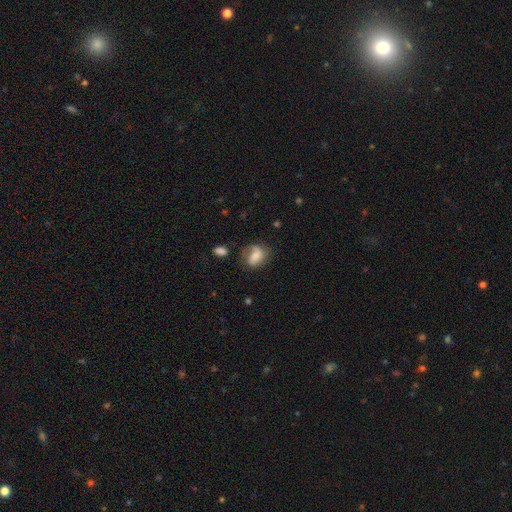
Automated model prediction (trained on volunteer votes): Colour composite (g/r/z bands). It shows a smooth galaxy with no disk features (58%) that is in between round and cigar-shaped (70%). Merging: none (48%).